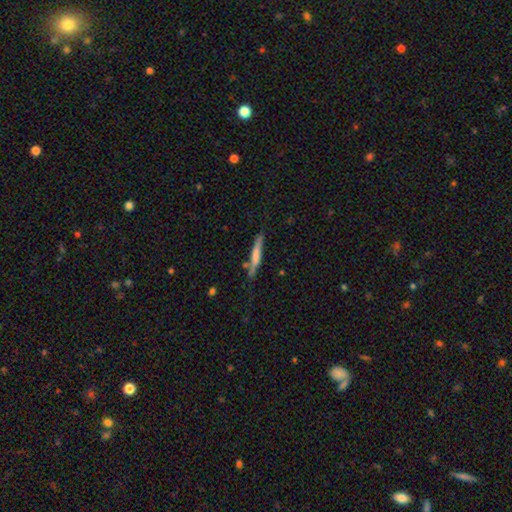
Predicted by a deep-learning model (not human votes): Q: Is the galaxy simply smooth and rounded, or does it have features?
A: smooth — 61%.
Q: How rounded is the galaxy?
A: cigar-shaped — 93%.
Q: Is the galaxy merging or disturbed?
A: none — 72%.